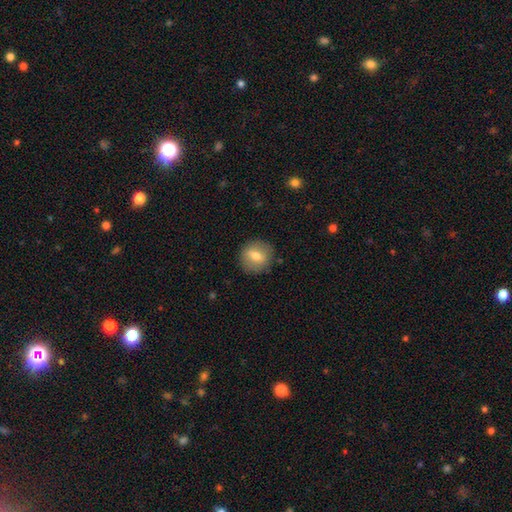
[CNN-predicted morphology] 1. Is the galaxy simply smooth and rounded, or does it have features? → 67% smooth, 25% featured or disk, 8% star or artifact.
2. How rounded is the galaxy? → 83% round, 16% in between, 1% cigar-shaped.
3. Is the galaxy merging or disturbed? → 86% none, 10% minor disturbance, 3% major disturbance, 1% merger.